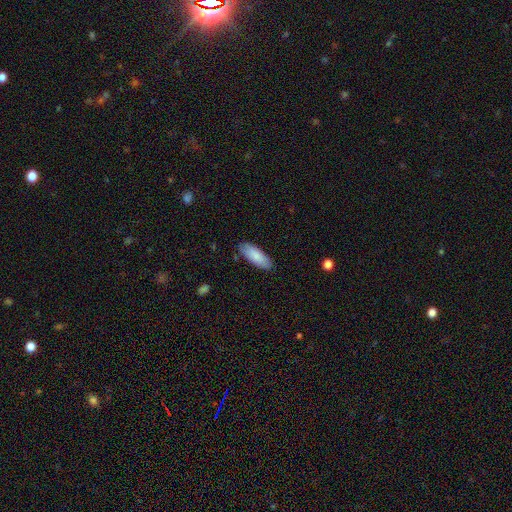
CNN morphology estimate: This is clearly a smooth galaxy (86%). How rounded: likely in between (71%). Merging: clearly none (86%).